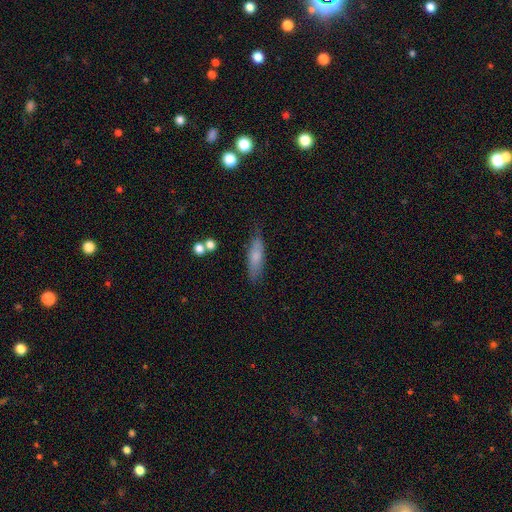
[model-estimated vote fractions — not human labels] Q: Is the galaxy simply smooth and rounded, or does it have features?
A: smooth — 71%.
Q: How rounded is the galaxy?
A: cigar-shaped — 57%.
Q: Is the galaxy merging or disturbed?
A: none — 74%.